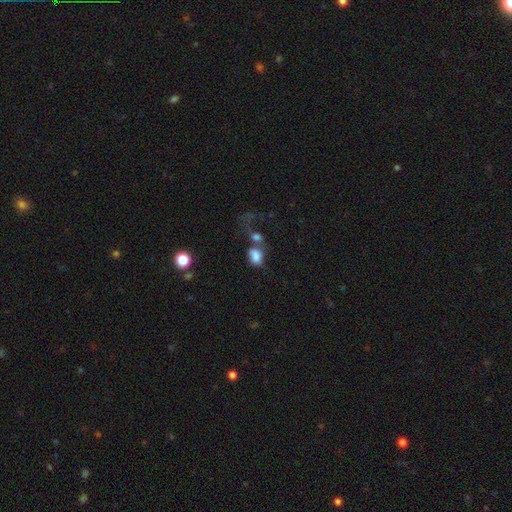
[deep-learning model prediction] Smooth or featured?
  - smooth: 78% *
  - featured or disk: 11%
  - star or artifact: 11%
How rounded?
  - in between: 70% *
  - round: 29%
  - cigar-shaped: 1%
Merging?
  - merger: 40% *
  - none: 27%
  - major disturbance: 19%
  - minor disturbance: 14%